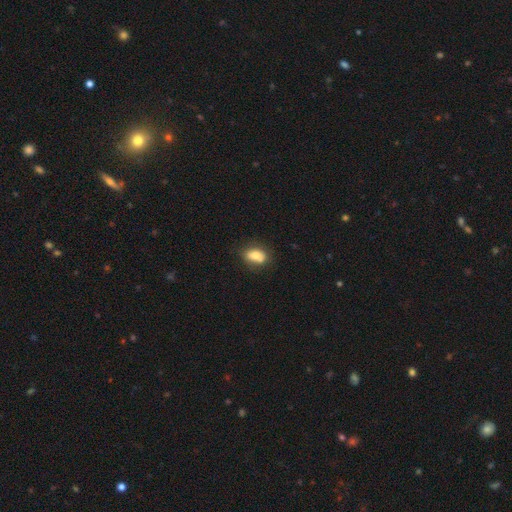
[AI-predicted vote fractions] Smooth or featured: smooth — 72% (featured or disk — 19%)
How rounded: in between — 79% (round — 18%)
Merging: none — 59% (minor disturbance — 22%)